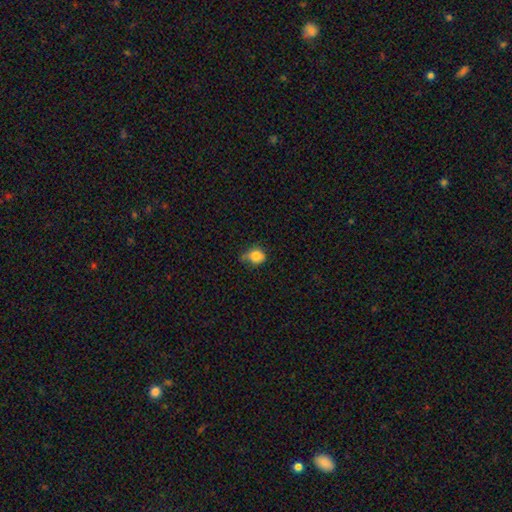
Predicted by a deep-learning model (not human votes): The model was most divided on "merging" (2-way tie): minor disturbance: 41%, none: 41%, major disturbance: 14%, merger: 4%. More confident: smooth or featured — smooth (80%); how rounded — round (63%).